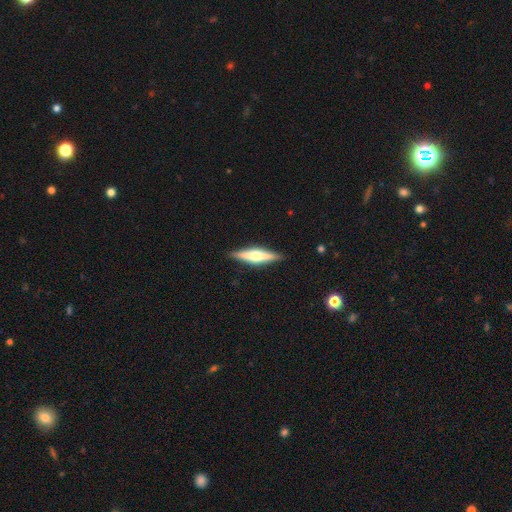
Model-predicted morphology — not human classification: smooth_or_featured: featured or disk (p=0.62) [alt: smooth p=0.32]
disk_edge_on: yes (p=0.97) [alt: no p=0.03]
edge_on_bulge: rounded (p=0.88) [alt: boxy p=0.08]
merging: none (p=0.90) [alt: minor disturbance p=0.07]